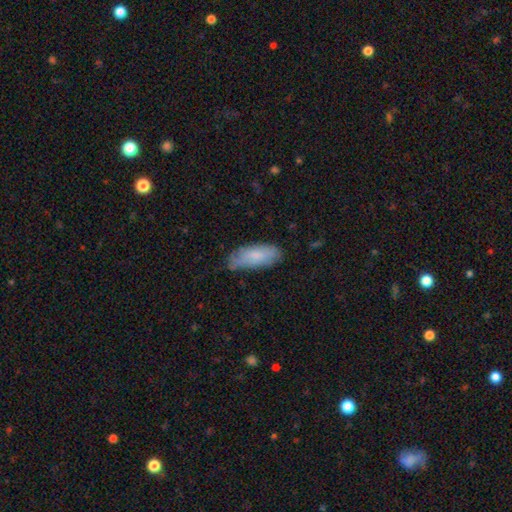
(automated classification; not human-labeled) smooth-or-featured: smooth: 76% | featured or disk: 17% | star or artifact: 6%
  how-rounded: in between: 77% | cigar-shaped: 21% | round: 2%
  merging: none: 66% | minor disturbance: 27% | major disturbance: 5% | merger: 2%